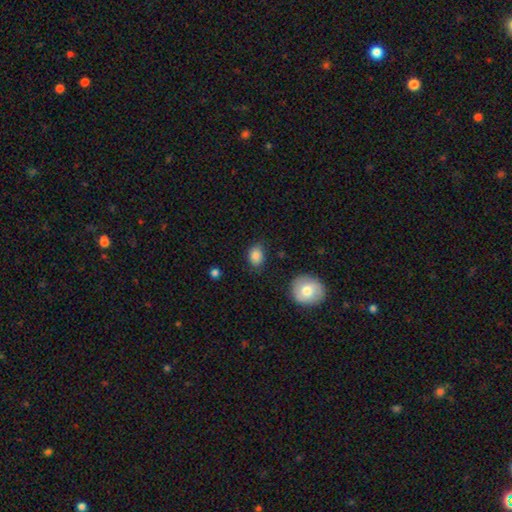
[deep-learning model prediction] smooth 86%, star or artifact 9%, featured or disk 6%. Down the decision tree: how rounded — in between (66%); merging — none (78%).